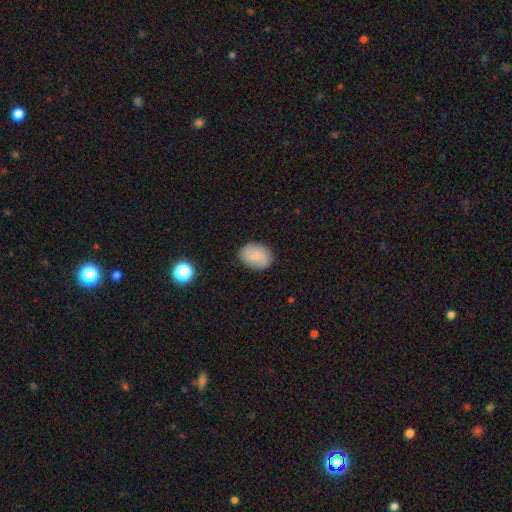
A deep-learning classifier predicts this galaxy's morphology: The model was most divided on "how rounded": in between: 67%, round: 32%, cigar-shaped: 1%. More confident: merging — none (86%); smooth or featured — smooth (66%).